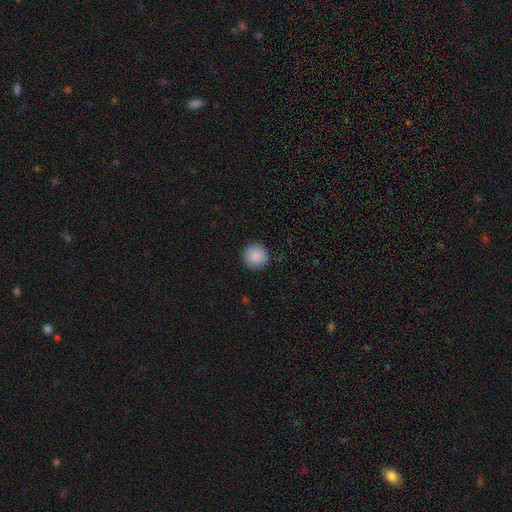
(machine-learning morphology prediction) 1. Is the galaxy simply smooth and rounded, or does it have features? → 88% smooth, 8% star or artifact, 4% featured or disk.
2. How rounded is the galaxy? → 95% round, 4% in between, 1% cigar-shaped.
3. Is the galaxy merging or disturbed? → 91% none, 6% minor disturbance, 2% major disturbance, 1% merger.